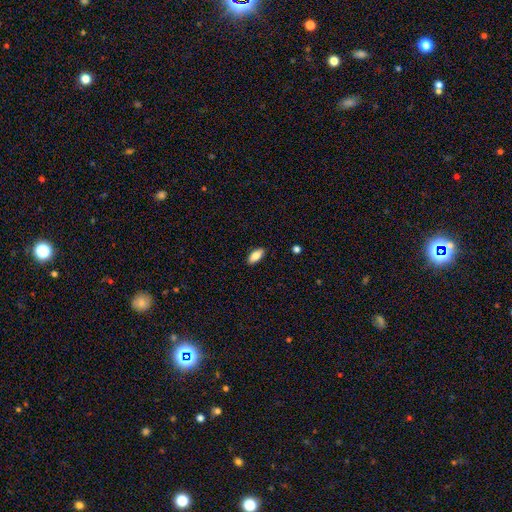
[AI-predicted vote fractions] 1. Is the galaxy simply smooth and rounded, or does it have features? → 82% smooth, 12% featured or disk, 7% star or artifact.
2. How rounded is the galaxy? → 85% in between, 13% cigar-shaped, 2% round.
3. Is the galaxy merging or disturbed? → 89% none, 8% minor disturbance, 2% major disturbance, 1% merger.